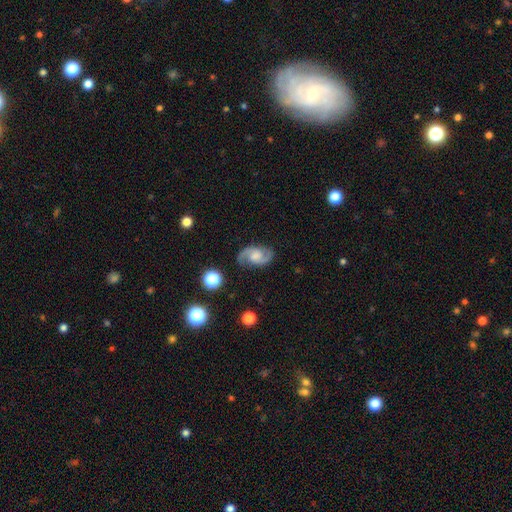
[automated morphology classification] This appears to be a featured or disk galaxy (85%) with no bar (51%), 2 (93%) medium (56%) spiral arms (97%) and a moderate central bulge (32%). Merging: none (83%).